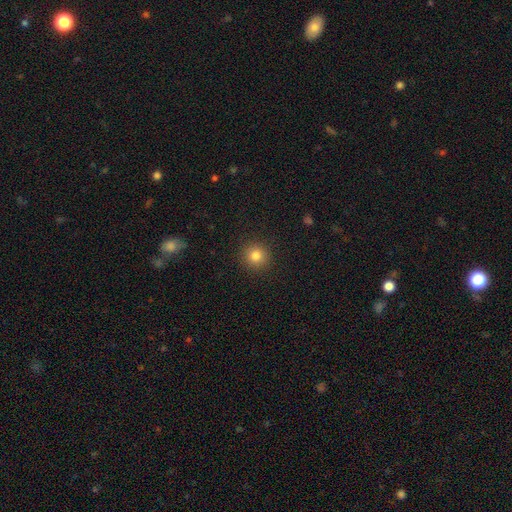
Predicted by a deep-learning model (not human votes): This is clearly a smooth galaxy (81%). How rounded: clearly round (94%). Merging: clearly none (92%).